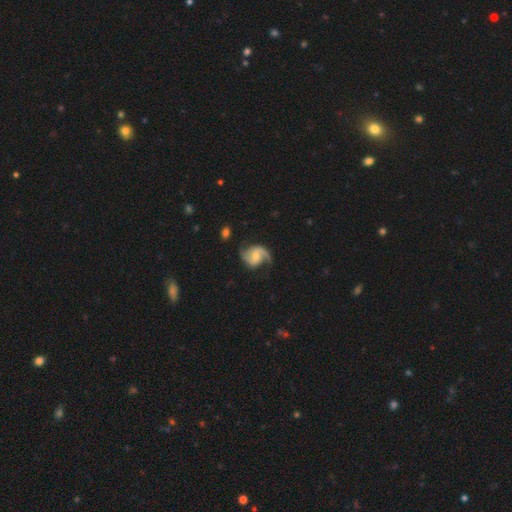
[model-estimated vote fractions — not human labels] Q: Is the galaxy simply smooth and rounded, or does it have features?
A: featured or disk — 88%.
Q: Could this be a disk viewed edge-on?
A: no — 98%.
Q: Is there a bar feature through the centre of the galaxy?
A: no — 44%, tied with weak.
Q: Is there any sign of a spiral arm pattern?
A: yes — 97%.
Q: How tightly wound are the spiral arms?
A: medium — 48%.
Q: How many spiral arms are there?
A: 2 — 90%.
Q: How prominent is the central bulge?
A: moderate — 52%.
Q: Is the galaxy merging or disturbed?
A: none — 72%.